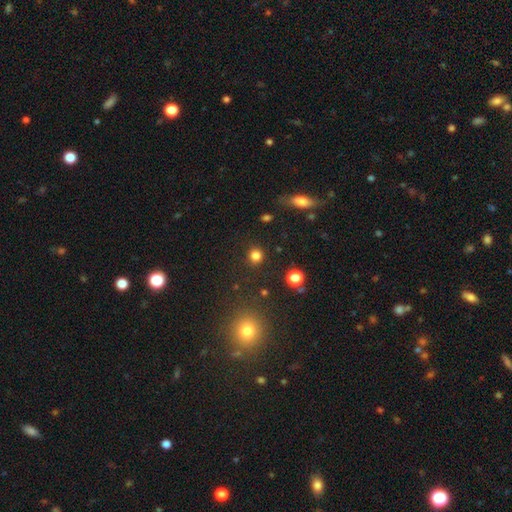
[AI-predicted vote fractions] This is clearly a smooth galaxy (82%). How rounded: clearly round (90%). Merging: clearly none (89%).